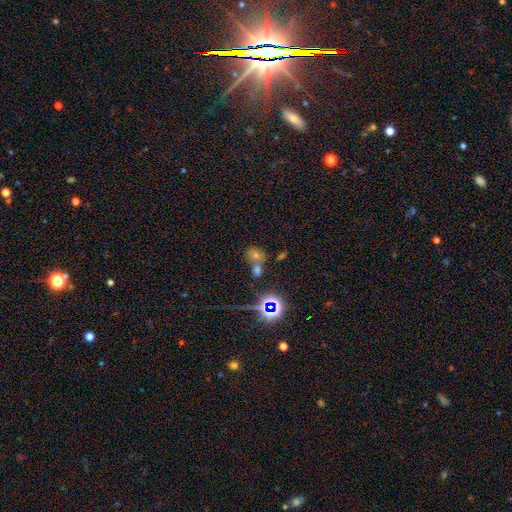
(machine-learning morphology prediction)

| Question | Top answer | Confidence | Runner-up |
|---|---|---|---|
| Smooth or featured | smooth | 43% | star or artifact (42%) |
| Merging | none | 45% | merger (40%) |